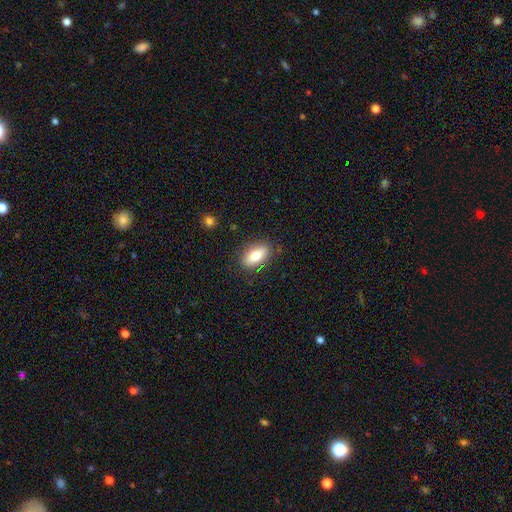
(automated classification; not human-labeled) smooth_or_featured: smooth (p=0.74) [alt: featured or disk p=0.18]
how_rounded: in between (p=0.84) [alt: cigar-shaped p=0.12]
merging: none (p=0.84) [alt: minor disturbance p=0.12]